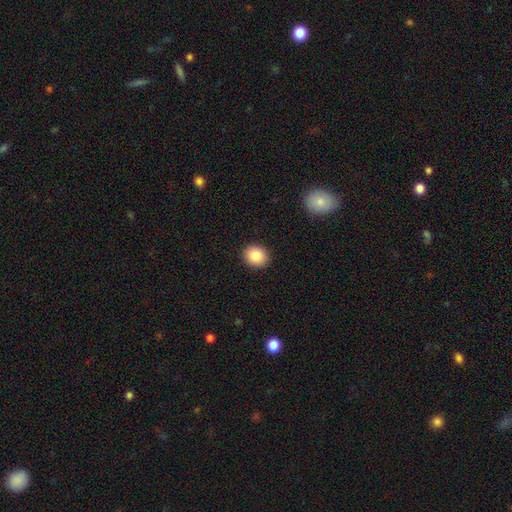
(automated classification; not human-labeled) Smooth or featured?
  - smooth: 86% *
  - star or artifact: 8%
  - featured or disk: 5%
How rounded?
  - round: 73% *
  - in between: 27%
  - cigar-shaped: 1%
Merging?
  - none: 91% *
  - minor disturbance: 6%
  - major disturbance: 2%
  - merger: 1%